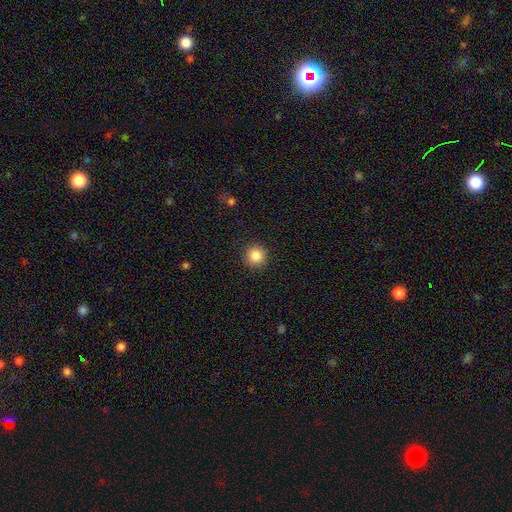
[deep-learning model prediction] smooth-or-featured: smooth: 86% | star or artifact: 10% | featured or disk: 4%
  how-rounded: round: 95% | in between: 5% | cigar-shaped: 1%
  merging: none: 91% | minor disturbance: 6% | major disturbance: 2% | merger: 1%